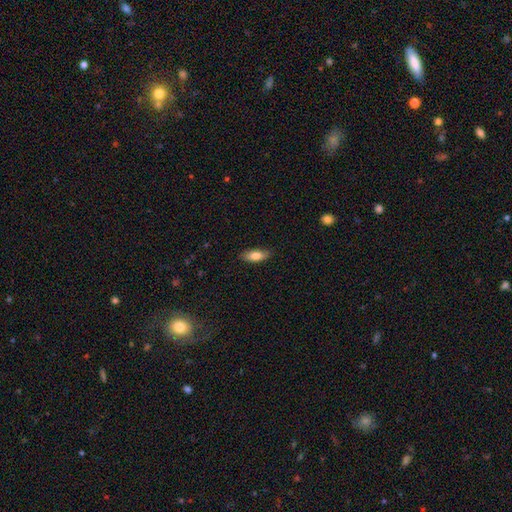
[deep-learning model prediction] smooth 78%, featured or disk 16%, star or artifact 6%. Down the decision tree: how rounded — in between (75%); merging — none (82%).